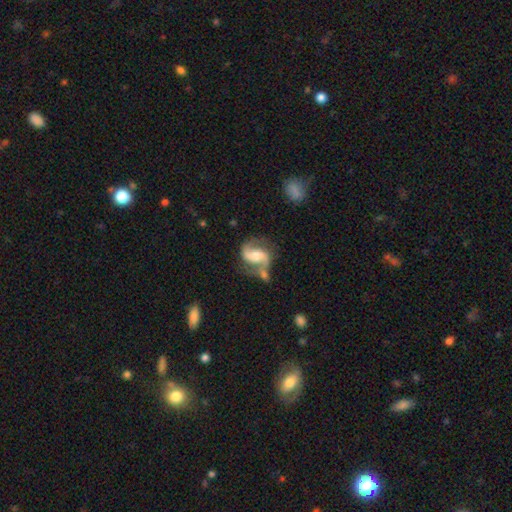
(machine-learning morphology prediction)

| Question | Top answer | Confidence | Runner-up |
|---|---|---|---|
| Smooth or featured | featured or disk | 86% | smooth (9%) |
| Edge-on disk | no | 98% | yes (2%) |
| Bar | weak | 43% | no (35%) |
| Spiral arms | yes | 96% | no (4%) |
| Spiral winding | medium | 49% | loose (40%) |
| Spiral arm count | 2 | 92% | can't tell (3%) |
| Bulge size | moderate | 55% | small (30%) |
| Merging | none | 53% | minor disturbance (18%) |